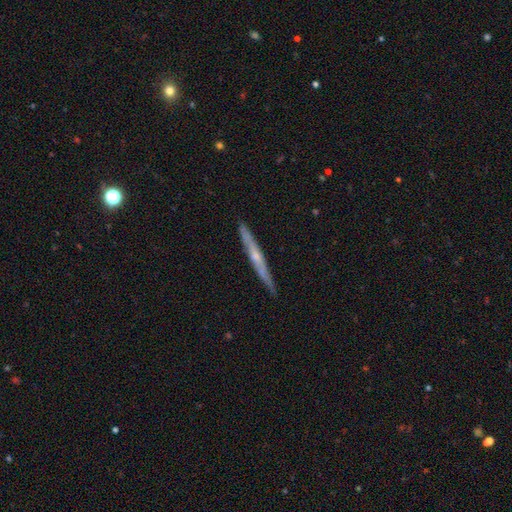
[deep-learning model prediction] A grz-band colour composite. It shows a featured or disk galaxy (64%) viewed edge-on (96%) with a rounded central bulge (51%). Merging: none (89%).